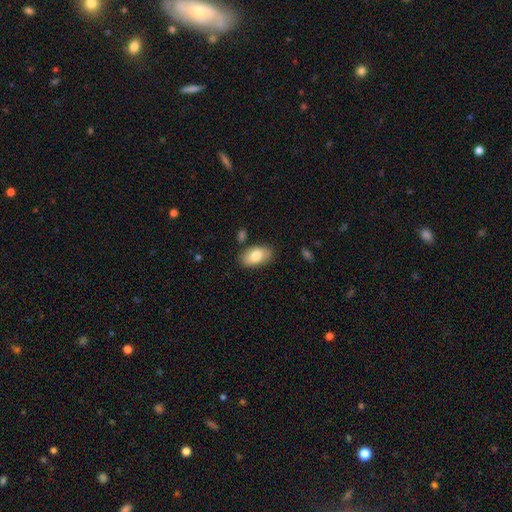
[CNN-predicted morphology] This is likely a smooth galaxy (79%). How rounded: clearly in between (94%). Merging: clearly none (81%).